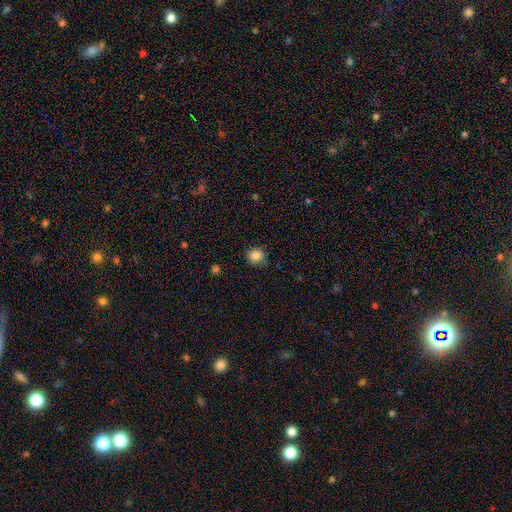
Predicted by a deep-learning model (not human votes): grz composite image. It shows a smooth galaxy with no disk features (85%) that is round (85%). Merging: none (76%).